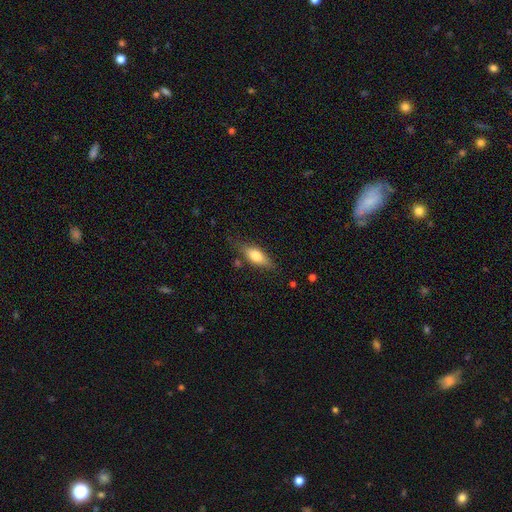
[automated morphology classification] This appears to be a smooth galaxy with no disk features (68%) that is in between round and cigar-shaped (70%). Merging: none (70%).